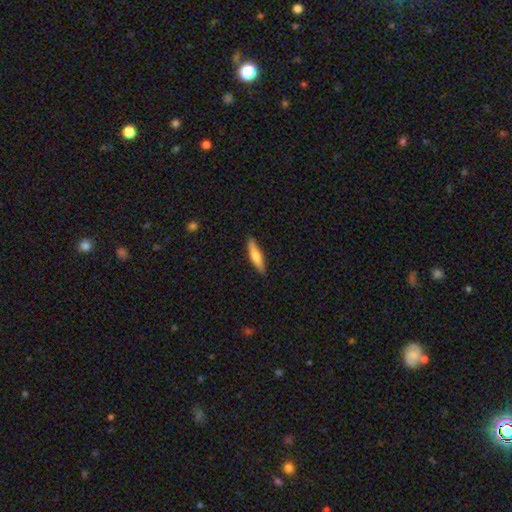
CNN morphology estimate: The model was most divided on "smooth or featured": smooth: 62%, featured or disk: 32%, star or artifact: 5%. More confident: merging — none (88%); how rounded — cigar-shaped (77%).